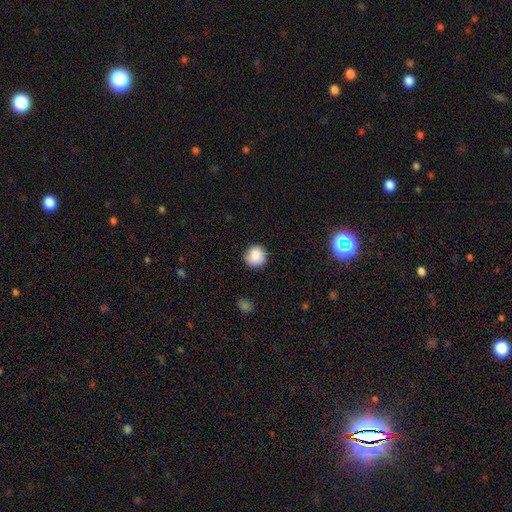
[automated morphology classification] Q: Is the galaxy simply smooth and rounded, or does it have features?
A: smooth — 87%.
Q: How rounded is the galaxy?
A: round — 94%.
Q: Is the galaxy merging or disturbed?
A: none — 89%.